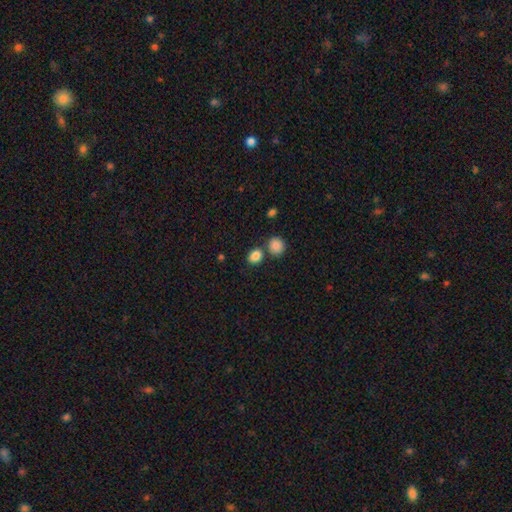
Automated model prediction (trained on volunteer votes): Smooth or featured: smooth — 85% (star or artifact — 10%)
How rounded: round — 51% (in between — 48%)
Merging: none — 66% (merger — 21%)